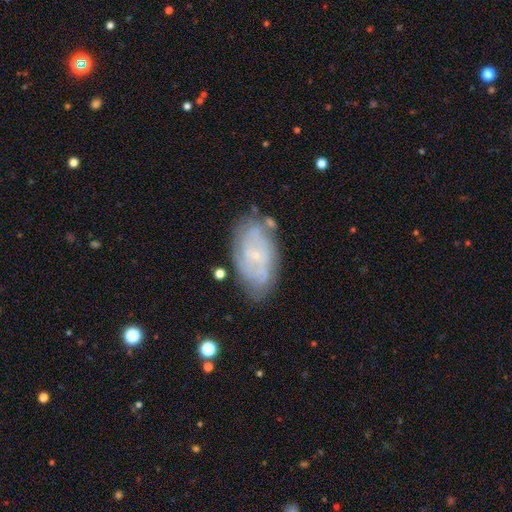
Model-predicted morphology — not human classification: Smooth or featured?
  - featured or disk: 68% *
  - smooth: 24%
  - star or artifact: 8%
Edge-on disk?
  - no: 94% *
  - yes: 6%
Bar?
  - no: 71% *
  - weak: 24%
  - strong: 5%
Spiral arms?
  - yes: 78% *
  - no: 22%
Spiral winding?
  - tight: 56% *
  - medium: 31%
  - loose: 13%
Spiral arm count?
  - can't tell: 52% *
  - 2: 21%
  - 3: 11%
  - 4: 8%
  - more than 4: 4%
  - 1: 4%
Bulge size?
  - small: 83% *
  - moderate: 9%
  - none: 5%
  - large: 1%
  - dominant: 1%
Merging?
  - none: 69% *
  - minor disturbance: 20%
  - major disturbance: 6%
  - merger: 4%